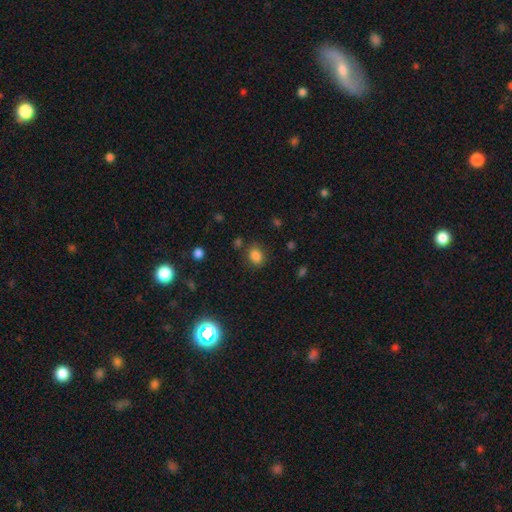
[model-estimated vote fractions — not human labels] Morphology: type=smooth (83%); roundness=in between (51%); merging=none (78%).